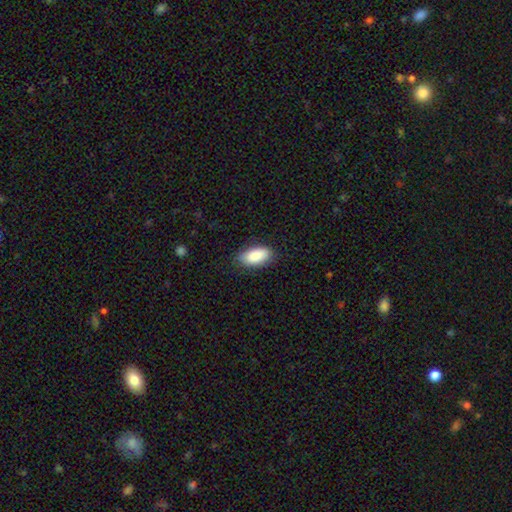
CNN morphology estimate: Smooth or featured? Predicted: smooth (p=0.89). How rounded? Predicted: in between (p=0.92). Merging? Predicted: none (p=0.84).